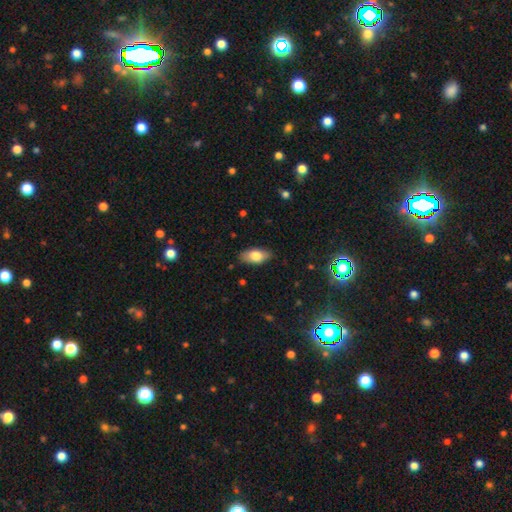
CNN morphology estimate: This is likely a smooth galaxy (78%). How rounded: clearly in between (90%). Merging: clearly none (85%).